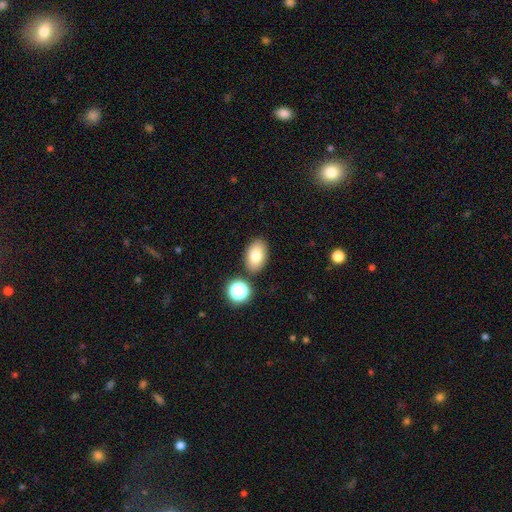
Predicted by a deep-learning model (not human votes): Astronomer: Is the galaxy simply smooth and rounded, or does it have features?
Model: smooth — 79%.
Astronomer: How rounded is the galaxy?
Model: in between — 87%.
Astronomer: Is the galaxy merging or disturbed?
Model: none — 82%.